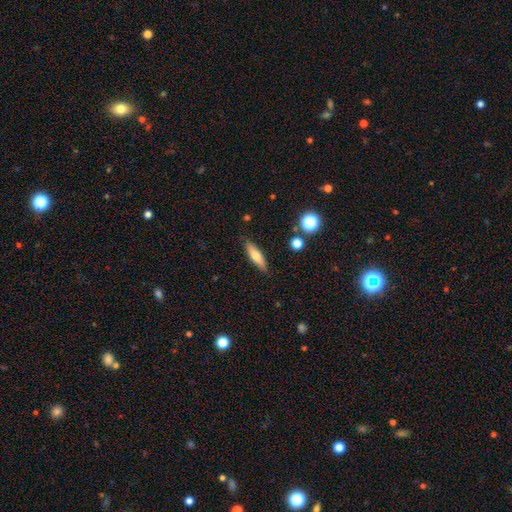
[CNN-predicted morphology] type=smooth (61%); roundness=cigar-shaped (64%); merging=none (87%).